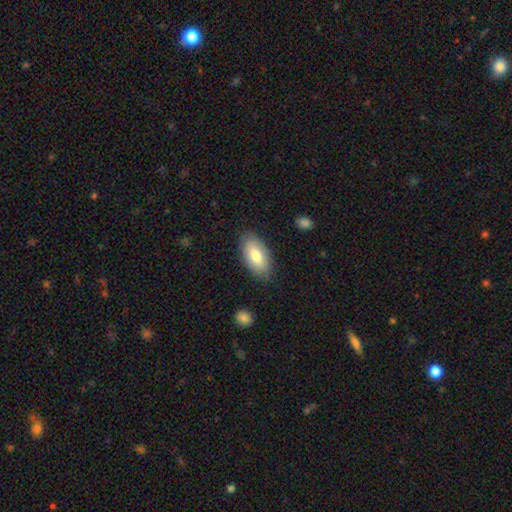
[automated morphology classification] Smooth or featured: smooth — 77% (featured or disk — 17%)
How rounded: in between — 93% (cigar-shaped — 4%)
Merging: none — 85% (minor disturbance — 11%)